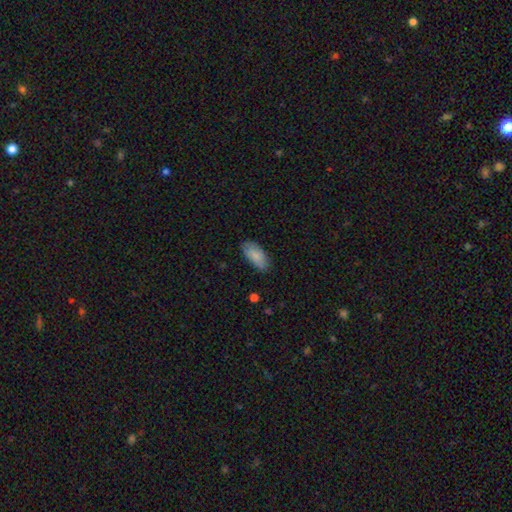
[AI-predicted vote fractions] Morphology: type=smooth (84%); roundness=in between (92%); merging=none (76%).